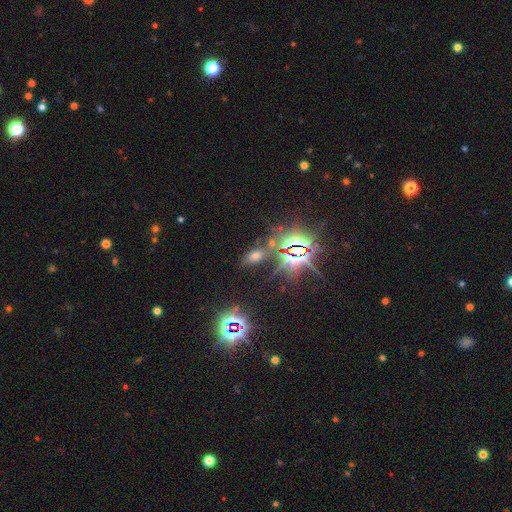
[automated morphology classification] Smooth or featured: star or artifact — 53% (smooth — 36%)